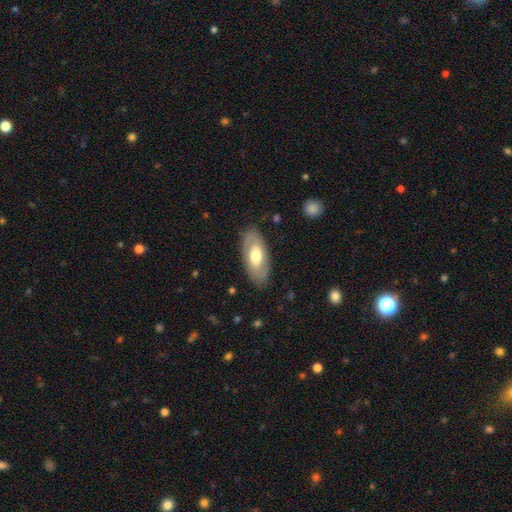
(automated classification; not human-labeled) The model was most divided on "smooth or featured": smooth: 49%, featured or disk: 46%, star or artifact: 5%. More confident: merging — none (82%).